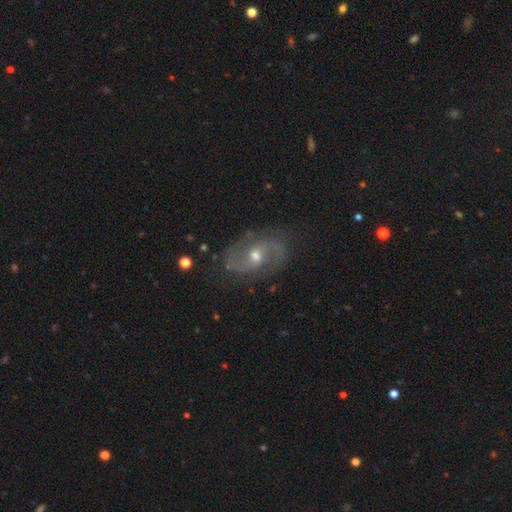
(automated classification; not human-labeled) smooth_or_featured: featured or disk (p=0.85) [alt: smooth p=0.09]
disk_edge_on: no (p=0.97) [alt: yes p=0.03]
bar: weak (p=0.44) [alt: no p=0.42]
has_spiral_arms: yes (p=0.94) [alt: no p=0.06]
spiral_winding: medium (p=0.49) [alt: loose p=0.35]
spiral_arm_count: 2 (p=0.91) [alt: can't tell p=0.04]
bulge_size: moderate (p=0.62) [alt: small p=0.34]
merging: none (p=0.78) [alt: minor disturbance p=0.15]